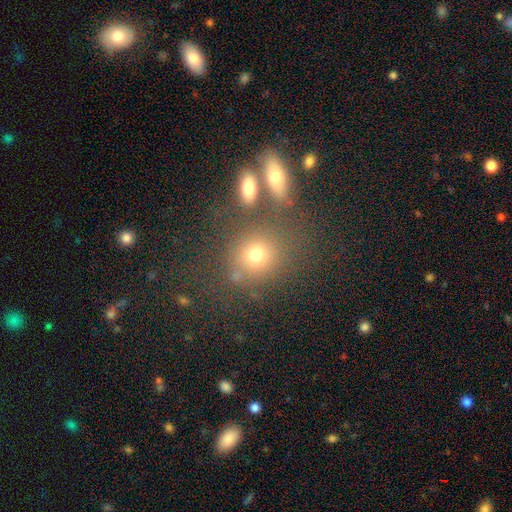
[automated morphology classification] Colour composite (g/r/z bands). It shows a smooth galaxy with no disk features (72%) that is round (75%). Merging: none (63%).